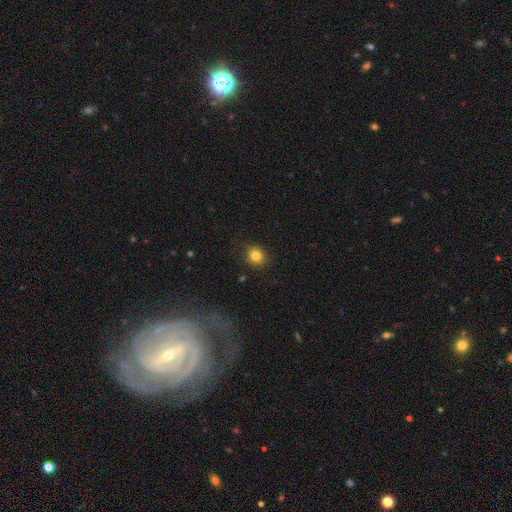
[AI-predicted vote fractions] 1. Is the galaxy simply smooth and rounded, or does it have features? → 83% smooth, 11% star or artifact, 6% featured or disk.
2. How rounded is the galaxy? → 74% round, 25% in between, 1% cigar-shaped.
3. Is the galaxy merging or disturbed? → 85% none, 11% minor disturbance, 3% major disturbance, 1% merger.